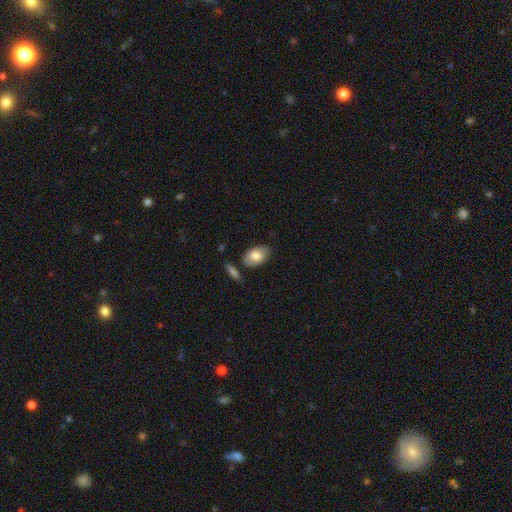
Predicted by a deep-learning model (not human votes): smooth 78%, featured or disk 16%, star or artifact 6%. Down the decision tree: how rounded — in between (91%); merging — none (74%).